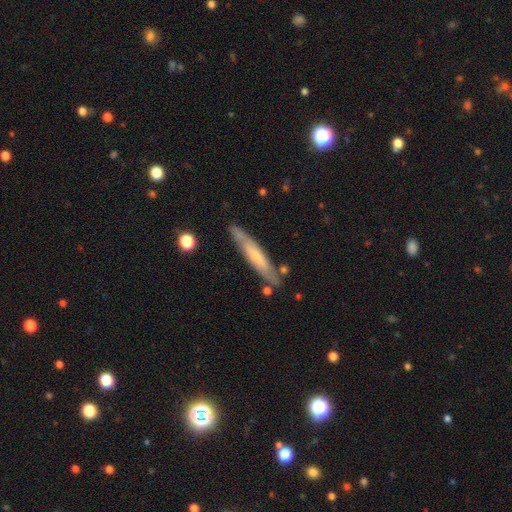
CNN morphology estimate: type=featured or disk (54%); edge-on=yes (76%); merging=none (79%).